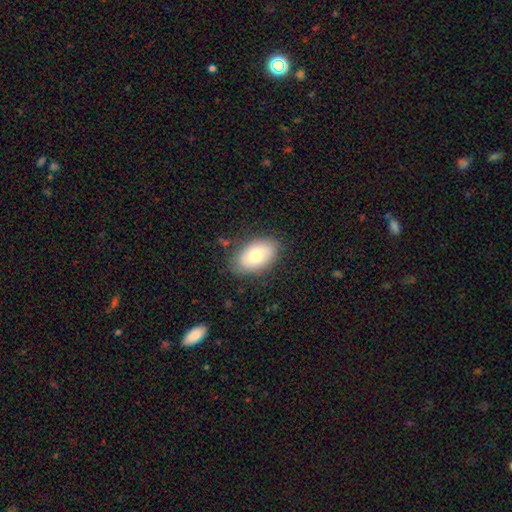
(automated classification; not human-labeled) Smooth or featured? smooth (72%)
How rounded? in between (91%)
Merging? none (81%)